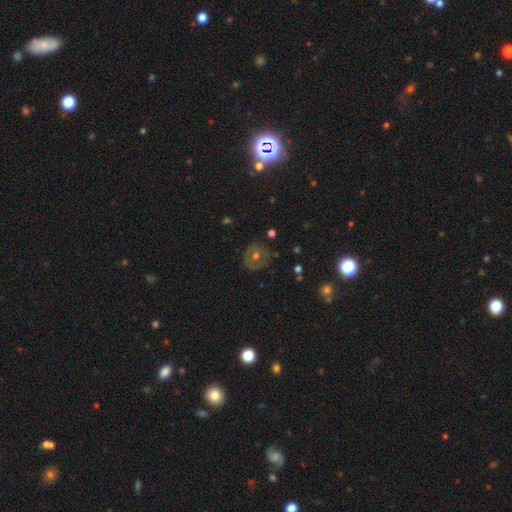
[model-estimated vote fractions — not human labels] This is possibly a featured or disk galaxy (50%). It is clearly not viewed edge-on (96%). Merging: likely none (74%).